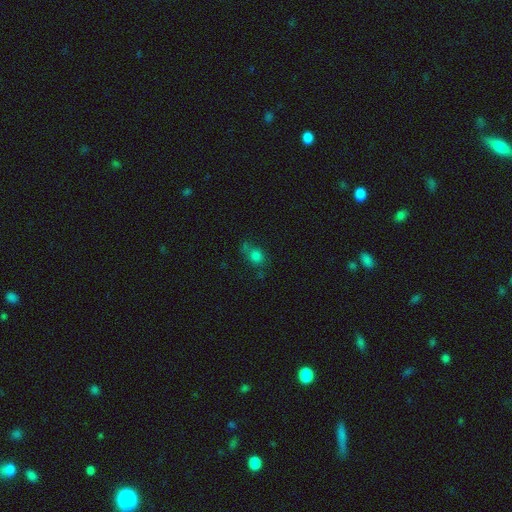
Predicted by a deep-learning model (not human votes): smooth 75%, star or artifact 16%, featured or disk 9%. Down the decision tree: how rounded — round (67%); merging — none (55%).